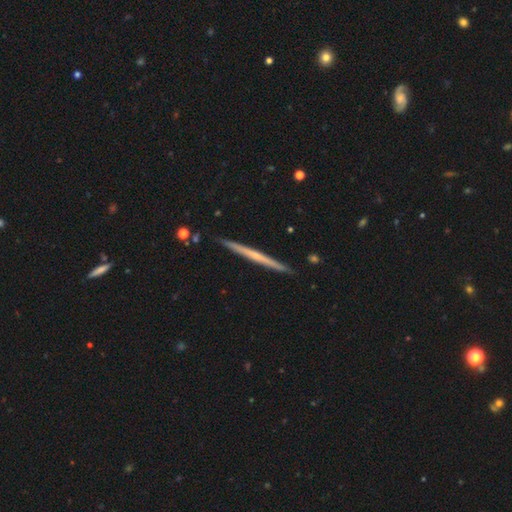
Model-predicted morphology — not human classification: Overall: featured or disk (64%; smooth 31%). Edge-on disk: yes (98%). Edge-on bulge: none (68%; rounded 28%). Merging: none (91%).